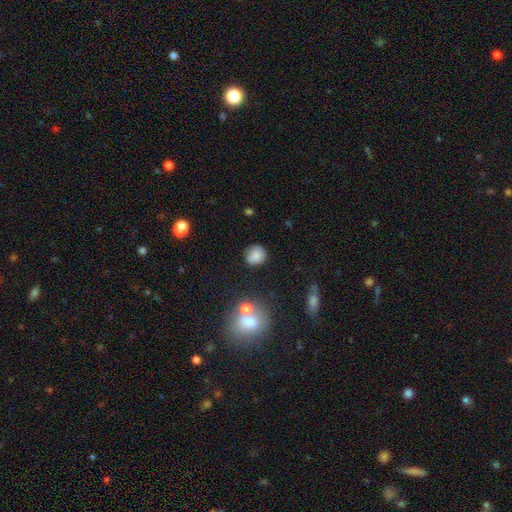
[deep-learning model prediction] smooth 82%, star or artifact 11%, featured or disk 7%. Down the decision tree: how rounded — round (81%); merging — none (79%).